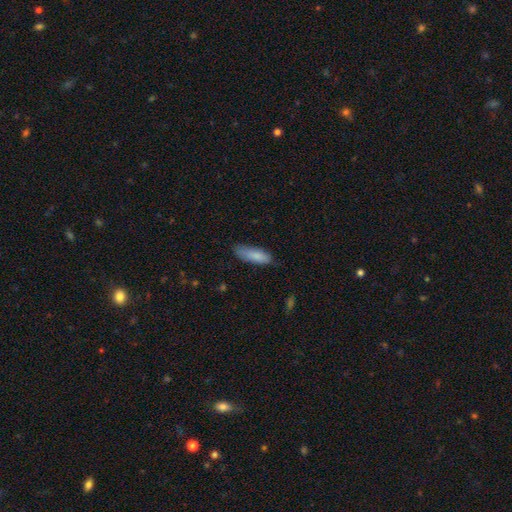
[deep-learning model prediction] smooth_or_featured: smooth (p=0.85) [alt: featured or disk p=0.09]
how_rounded: cigar-shaped (p=0.51) [alt: in between p=0.48]
merging: none (p=0.71) [alt: minor disturbance p=0.23]